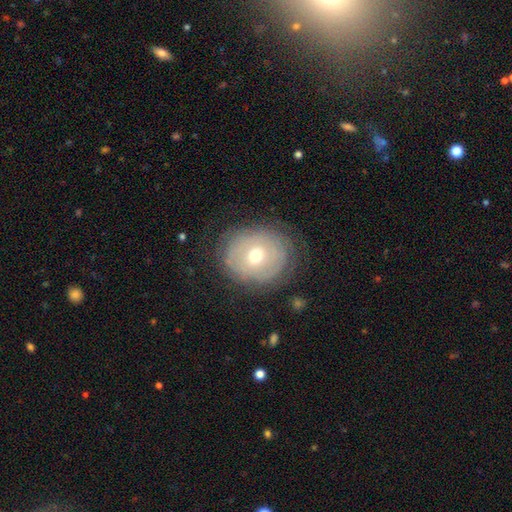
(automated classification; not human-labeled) smooth-or-featured: smooth: 46% | featured or disk: 45% | star or artifact: 9%
  merging: none: 73% | minor disturbance: 18% | major disturbance: 8% | merger: 1%